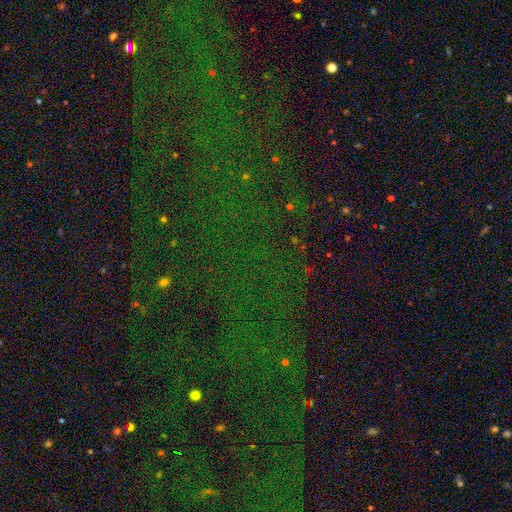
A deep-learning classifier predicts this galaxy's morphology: Smooth or featured? star or artifact (82%)